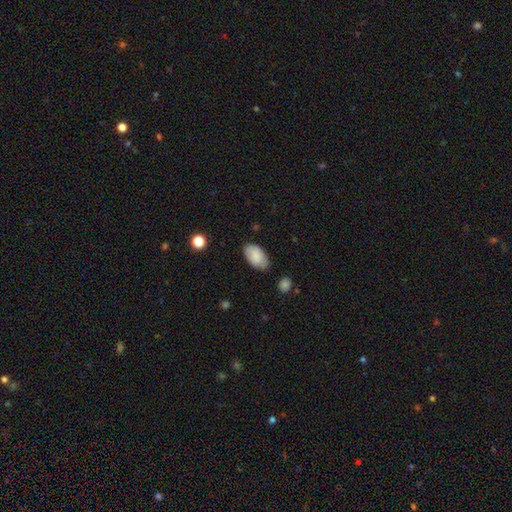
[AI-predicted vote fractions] smooth 79%, featured or disk 14%, star or artifact 7%. Down the decision tree: how rounded — in between (94%); merging — none (70%).